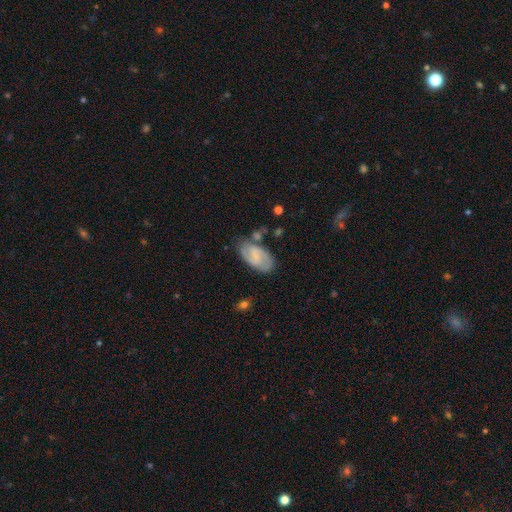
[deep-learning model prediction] Smooth or featured? featured or disk (67%)
Edge-on disk? no (96%)
Bar? weak (50%)
Spiral arms? yes (92%)
Spiral winding? medium (49%)
Spiral arm count? 2 (84%)
Bulge size? small (58%)
Merging? none (70%)